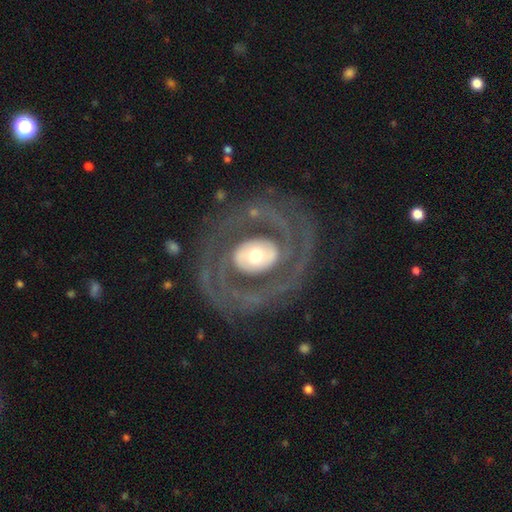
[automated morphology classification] smooth_or_featured: featured or disk (p=0.87) [alt: smooth p=0.09]
disk_edge_on: no (p=0.97) [alt: yes p=0.03]
bar: no (p=0.58) [alt: weak p=0.24]
has_spiral_arms: yes (p=0.89) [alt: no p=0.11]
spiral_winding: tight (p=0.48) [alt: medium p=0.38]
spiral_arm_count: 2 (p=0.66) [alt: can't tell p=0.12]
bulge_size: moderate (p=0.56) [alt: large p=0.24]
merging: none (p=0.75) [alt: minor disturbance p=0.12]